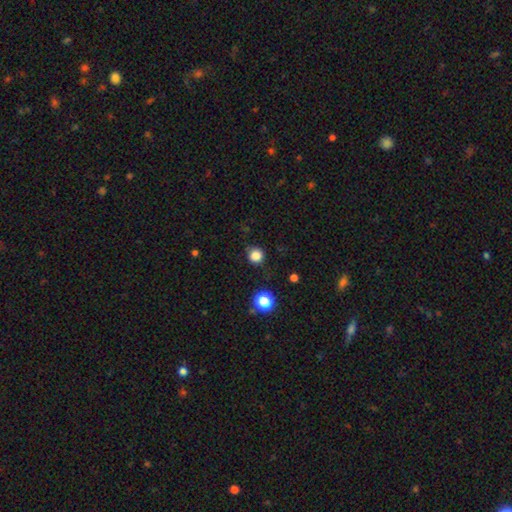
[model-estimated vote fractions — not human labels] smooth_or_featured: smooth (p=0.84) [alt: star or artifact p=0.13]
how_rounded: round (p=0.93) [alt: in between p=0.06]
merging: none (p=0.86) [alt: minor disturbance p=0.09]